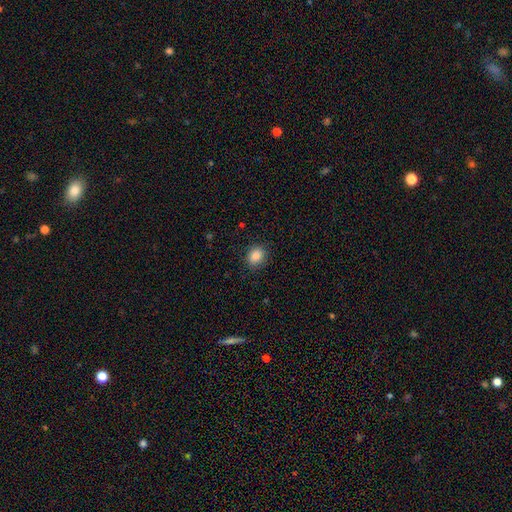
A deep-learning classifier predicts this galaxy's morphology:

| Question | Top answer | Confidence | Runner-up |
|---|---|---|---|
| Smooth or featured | smooth | 87% | star or artifact (9%) |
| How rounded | round | 55% | in between (45%) |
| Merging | none | 86% | minor disturbance (10%) |